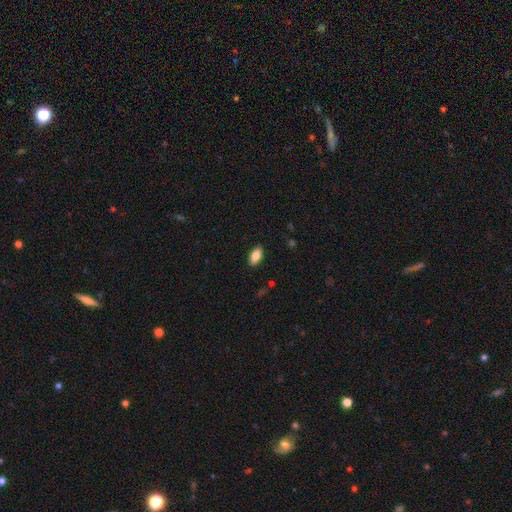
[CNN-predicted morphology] This appears to be a smooth galaxy with no disk features (83%) that is in between round and cigar-shaped (90%). Merging: none (88%).